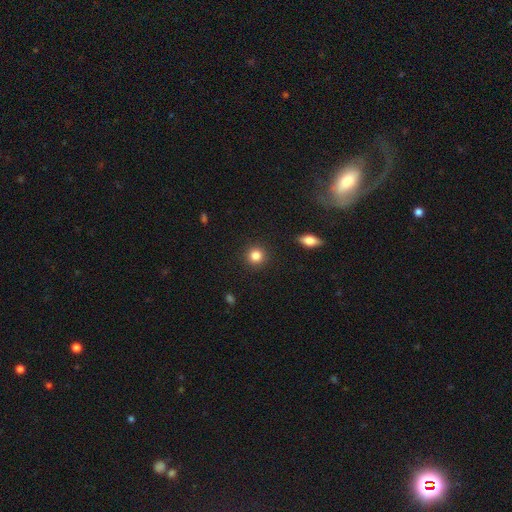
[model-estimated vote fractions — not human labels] Morphology: type=smooth (85%); roundness=round (93%); merging=none (92%).